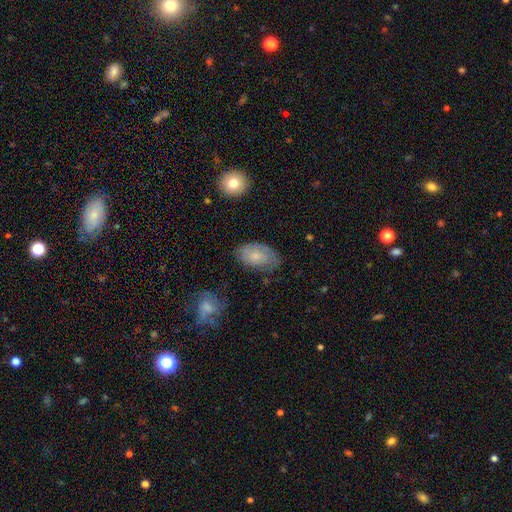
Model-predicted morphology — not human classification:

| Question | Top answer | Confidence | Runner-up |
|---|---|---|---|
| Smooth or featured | smooth | 57% | featured or disk (35%) |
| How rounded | in between | 89% | round (9%) |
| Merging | none | 67% | minor disturbance (24%) |